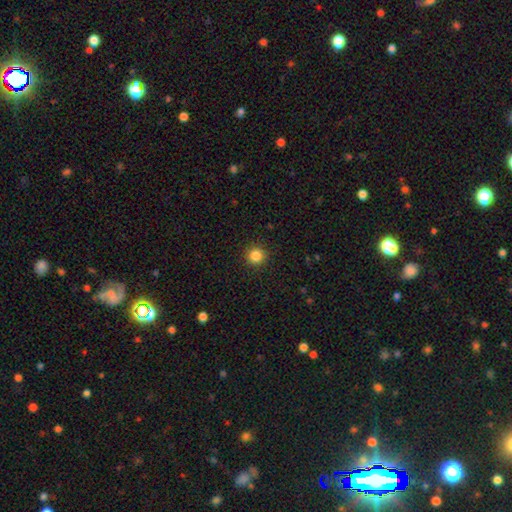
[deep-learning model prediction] Smooth or featured?
  - smooth: 85% *
  - star or artifact: 11%
  - featured or disk: 4%
How rounded?
  - round: 94% *
  - in between: 5%
  - cigar-shaped: 1%
Merging?
  - none: 91% *
  - minor disturbance: 6%
  - major disturbance: 2%
  - merger: 1%